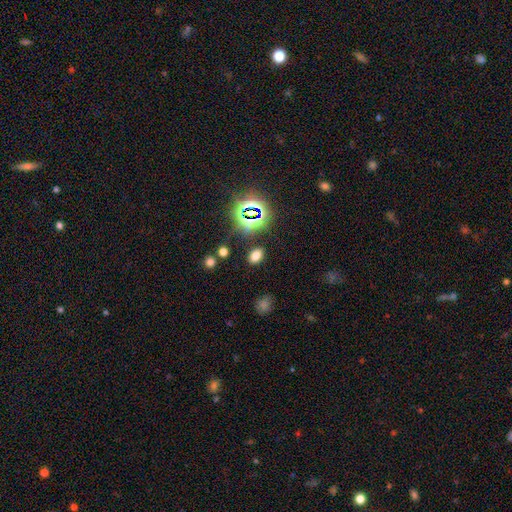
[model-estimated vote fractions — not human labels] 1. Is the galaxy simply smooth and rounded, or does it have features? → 67% smooth, 26% star or artifact, 7% featured or disk.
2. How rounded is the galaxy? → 85% in between, 14% round, 2% cigar-shaped.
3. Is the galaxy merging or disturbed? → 86% none, 9% minor disturbance, 3% major disturbance, 3% merger.